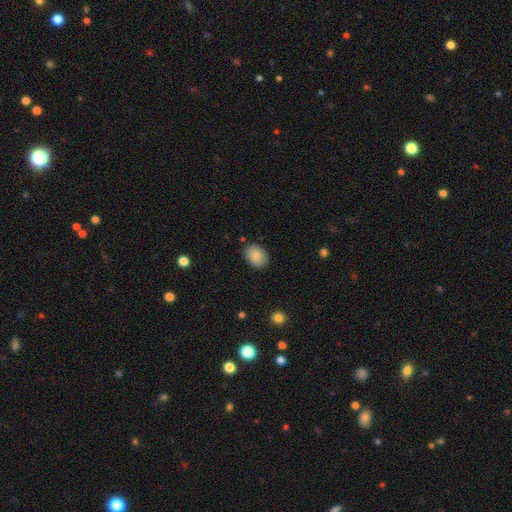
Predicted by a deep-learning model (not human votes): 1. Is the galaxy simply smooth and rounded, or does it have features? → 85% smooth, 7% featured or disk, 7% star or artifact.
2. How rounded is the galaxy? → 78% in between, 21% round, 1% cigar-shaped.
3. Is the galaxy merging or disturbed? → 86% none, 10% minor disturbance, 2% major disturbance, 1% merger.